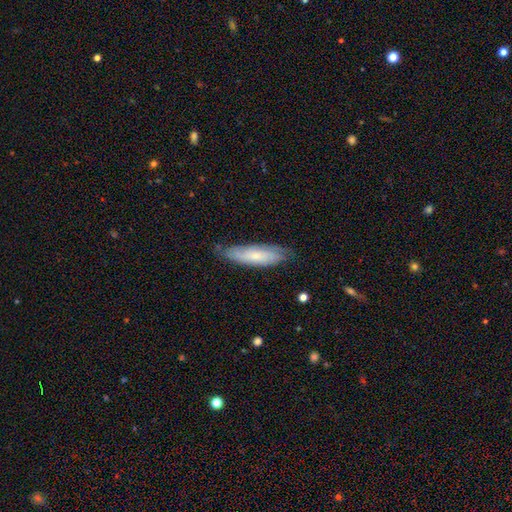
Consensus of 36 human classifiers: Q: Smooth or featured?
A: featured or disk (64%); runner-up: smooth (33%)
Q: Edge-on disk?
A: no (78%); runner-up: yes (22%)
Q: Bar?
A: no (78%); runner-up: strong (11%)
Q: Spiral arms?
A: yes (94%); runner-up: no (6%)
Q: Spiral winding?
A: tight (76%); runner-up: medium (24%)
Q: Spiral arm count?
A: can't tell (59%); runner-up: 1 (29%)
Q: Bulge size?
A: small (72%); runner-up: moderate (28%)
Q: Merging?
A: none (77%); runner-up: major disturbance (17%)